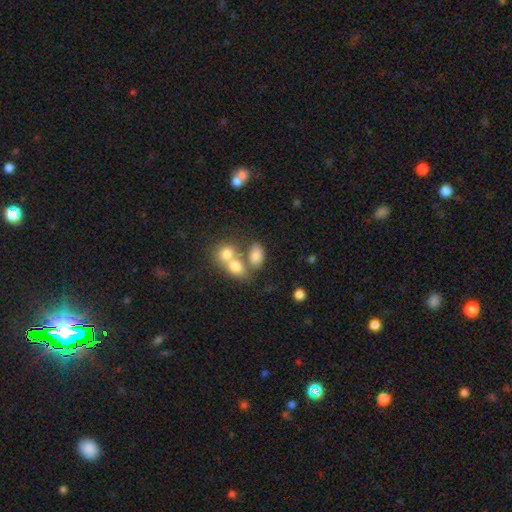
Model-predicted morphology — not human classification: A smooth galaxy with no disk features (77%) that is in between round and cigar-shaped (83%).

Vote fractions:
- Smooth or featured? smooth: 77% / star or artifact: 11% / featured or disk: 11%
- How rounded? in between: 83% / round: 16% / cigar-shaped: 2%
- Merging? merger: 43% / none: 40% / minor disturbance: 11% / major disturbance: 6%